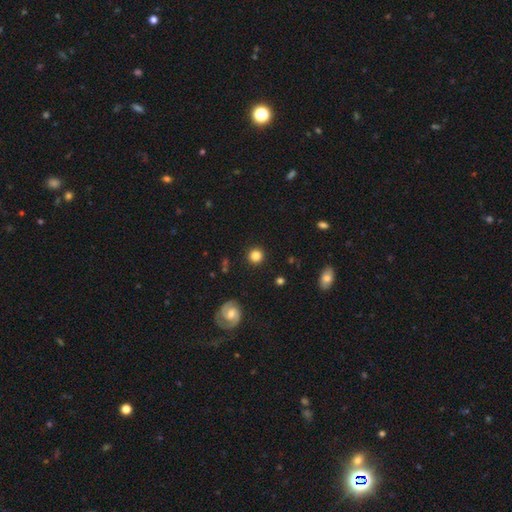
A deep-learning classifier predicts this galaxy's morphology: type=smooth (83%); roundness=round (94%); merging=none (91%).